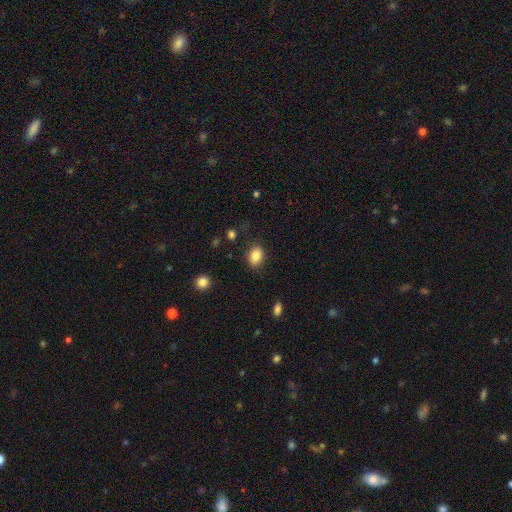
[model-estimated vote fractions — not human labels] A smooth galaxy with no disk features (86%) that is in between round and cigar-shaped (65%). Merging: none (84%).